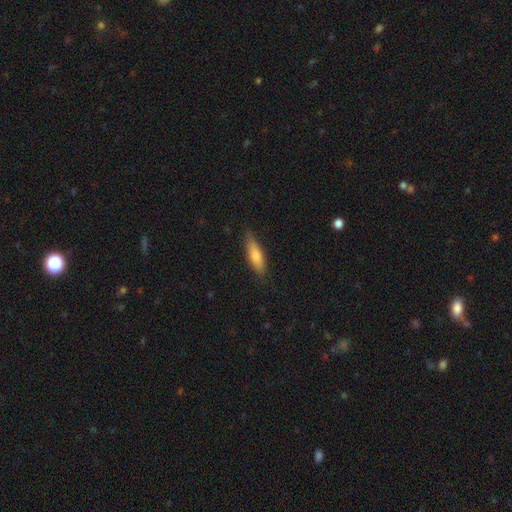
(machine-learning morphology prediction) Smooth or featured? Predicted: smooth (p=0.77). How rounded? Predicted: cigar-shaped (p=0.55). Merging? Predicted: none (p=0.81).